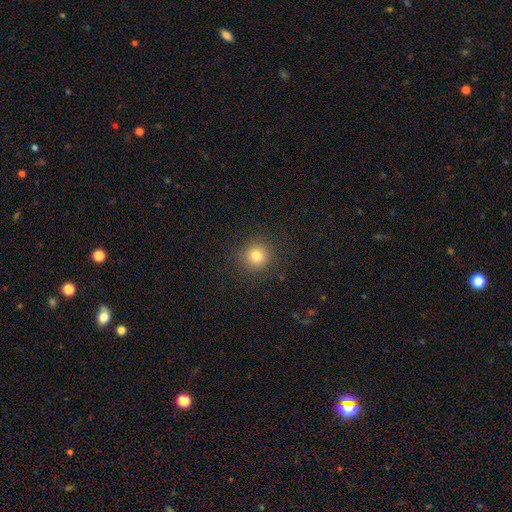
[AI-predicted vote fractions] smooth_or_featured: smooth (p=0.79) [alt: star or artifact p=0.14]
how_rounded: round (p=0.93) [alt: in between p=0.06]
merging: none (p=0.89) [alt: minor disturbance p=0.07]